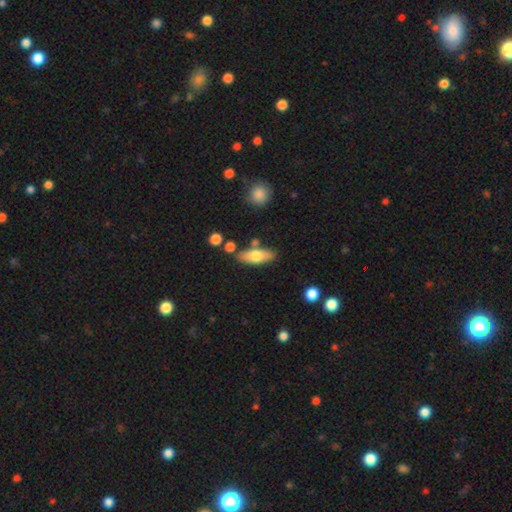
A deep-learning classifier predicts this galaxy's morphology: type=smooth (66%); roundness=in between (67%); merging=none (76%).